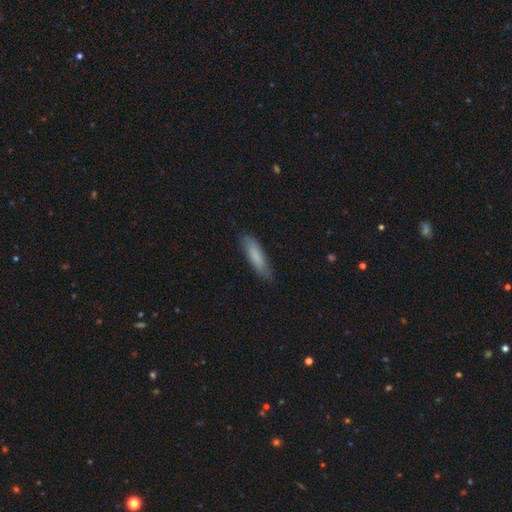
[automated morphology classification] This appears to be a smooth galaxy with no disk features (80%) that is cigar-shaped (70%). Merging: none (79%).